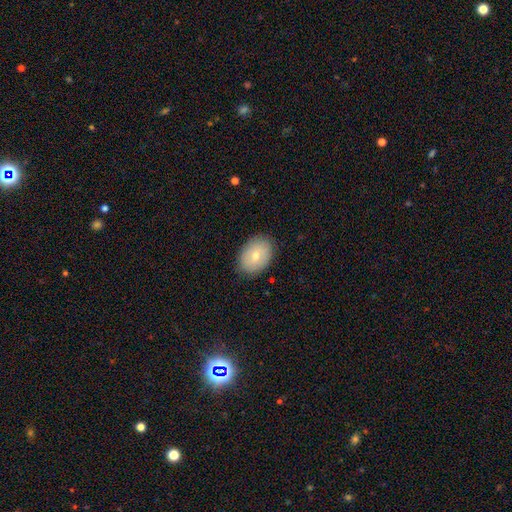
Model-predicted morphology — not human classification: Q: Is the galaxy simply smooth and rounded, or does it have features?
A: smooth — 70%.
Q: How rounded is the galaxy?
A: in between — 79%.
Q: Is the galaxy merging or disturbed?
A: none — 85%.